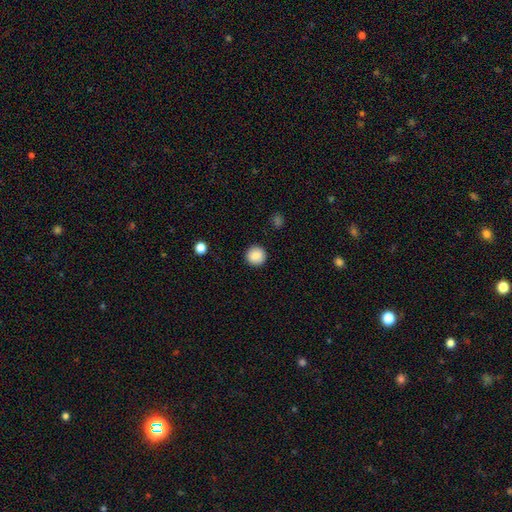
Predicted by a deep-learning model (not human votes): Morphology: type=smooth (89%); roundness=round (95%); merging=none (92%).